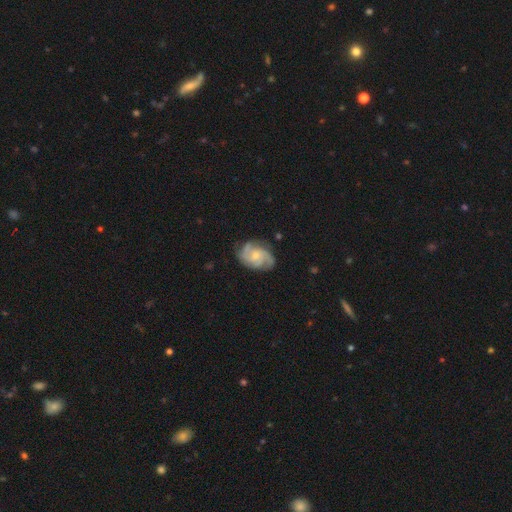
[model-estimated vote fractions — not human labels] Smooth or featured? Predicted: featured or disk (p=0.85). Edge-on disk? Predicted: no (p=0.98). Bar? Predicted: no (p=0.67). Spiral arms? Predicted: yes (p=0.97). Spiral winding? Predicted: medium (p=0.44, tied with tight). Spiral arm count? Predicted: 3 (p=0.47). Bulge size? Predicted: small (p=0.60). Merging? Predicted: none (p=0.74).